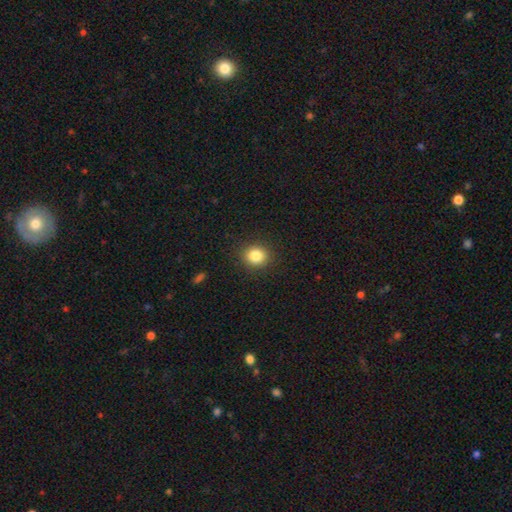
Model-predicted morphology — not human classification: Q: Smooth or featured?
A: smooth (83%); runner-up: star or artifact (11%)
Q: How rounded?
A: round (81%); runner-up: in between (18%)
Q: Merging?
A: none (90%); runner-up: minor disturbance (7%)